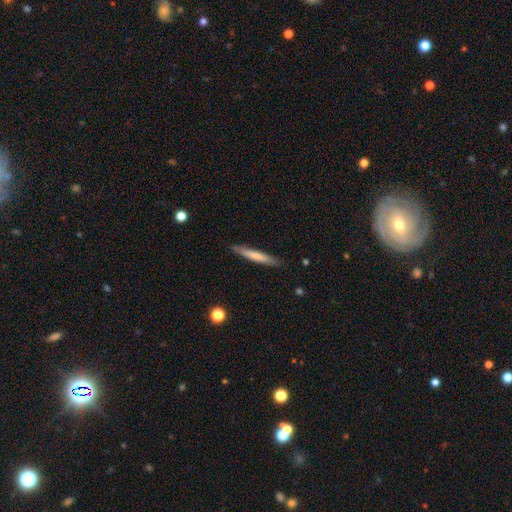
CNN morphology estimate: Overall: smooth (66%; featured or disk 28%). How rounded: cigar-shaped (95%). Merging: none (88%).